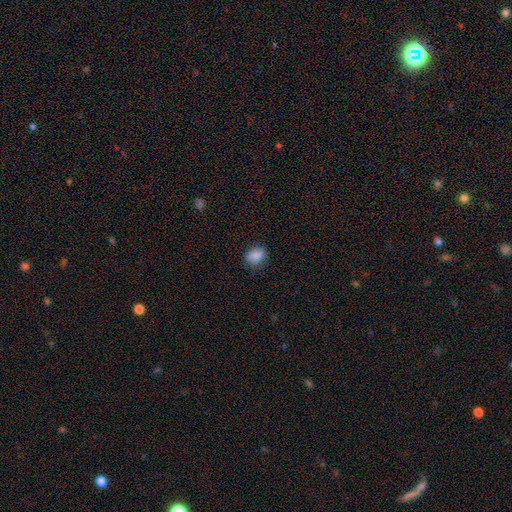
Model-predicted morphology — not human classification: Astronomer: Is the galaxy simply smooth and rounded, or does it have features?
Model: smooth — 87%.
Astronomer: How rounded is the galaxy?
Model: in between — 66%.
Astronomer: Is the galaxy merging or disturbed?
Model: none — 78%.